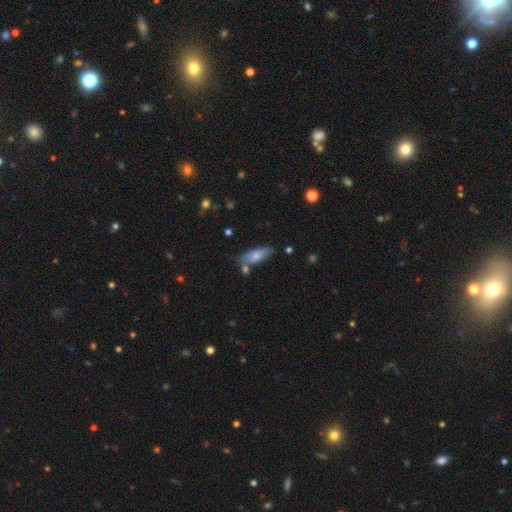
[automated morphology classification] type=smooth (73%); roundness=in between (68%); merging=none (66%).